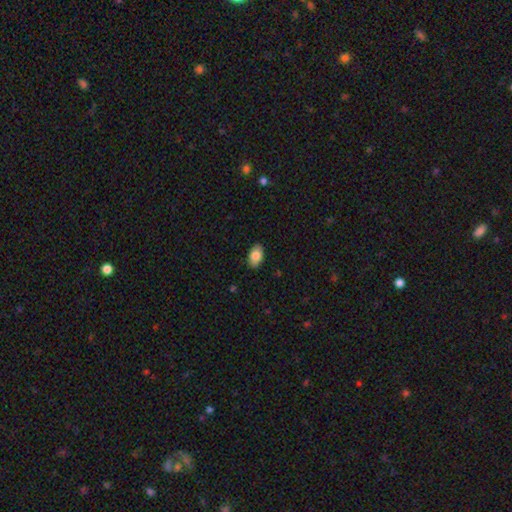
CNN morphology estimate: This appears to be a smooth galaxy with no disk features (83%) that is in between round and cigar-shaped (92%). Merging: none (88%).